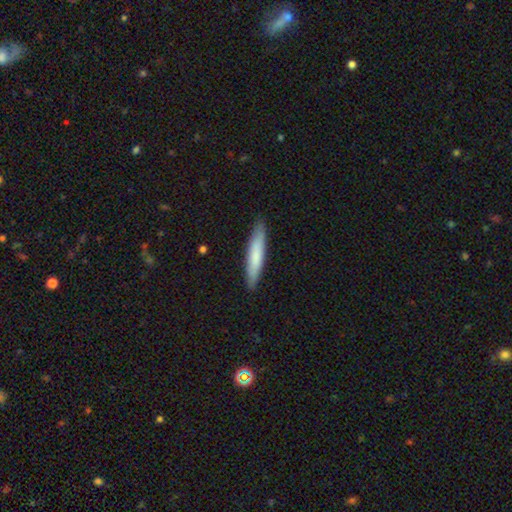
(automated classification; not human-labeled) Morphology: type=smooth (73%); roundness=cigar-shaped (91%); merging=none (90%).